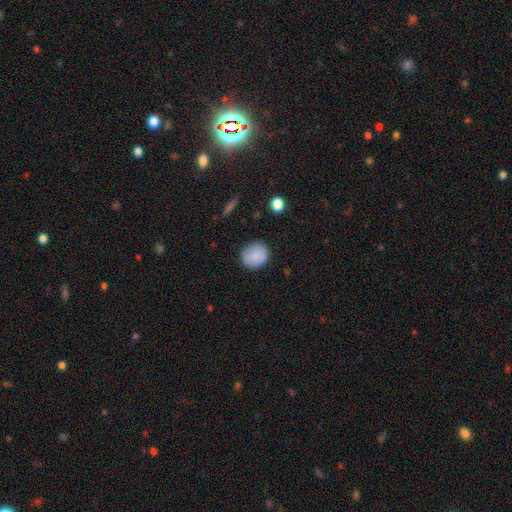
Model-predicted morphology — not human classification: Q: Smooth or featured?
A: smooth (85%); runner-up: star or artifact (8%)
Q: How rounded?
A: round (81%); runner-up: in between (18%)
Q: Merging?
A: none (82%); runner-up: minor disturbance (14%)